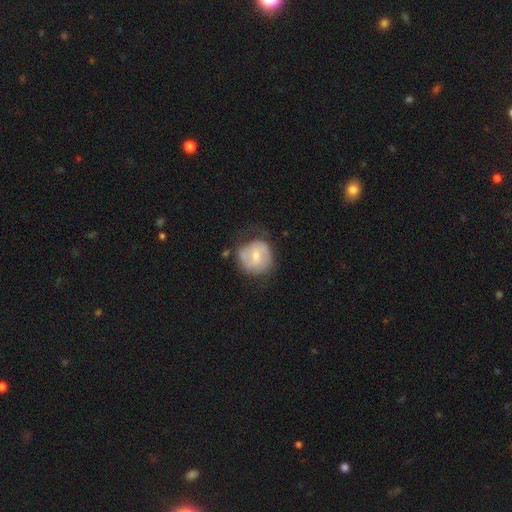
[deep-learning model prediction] A featured or disk galaxy (51%).

Vote fractions:
- Smooth or featured? featured or disk: 51% / smooth: 42% / star or artifact: 6%
- Edge-on disk? no: 97% / yes: 3%
- Merging? none: 54% / minor disturbance: 28% / major disturbance: 15% / merger: 3%